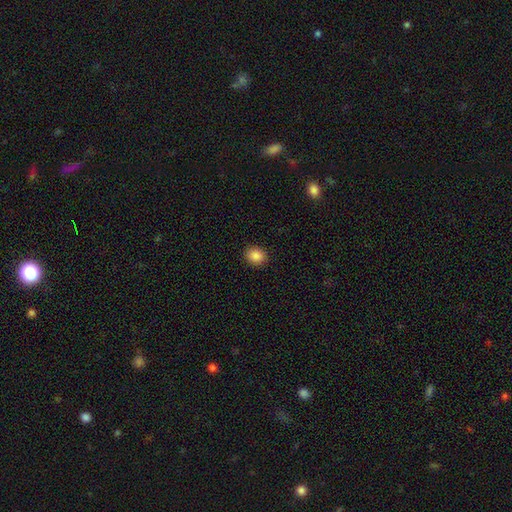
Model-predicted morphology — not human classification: type=smooth (87%); roundness=round (63%); merging=none (90%).